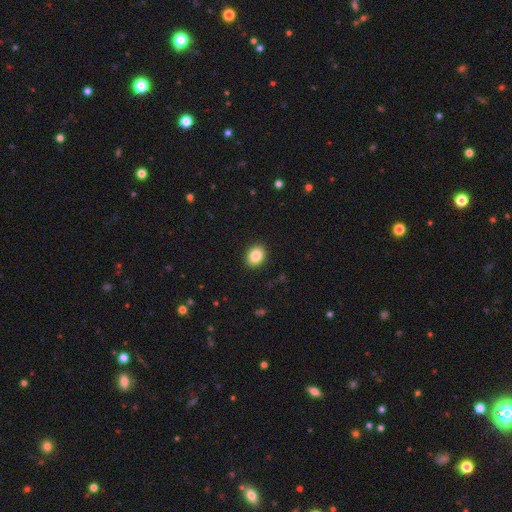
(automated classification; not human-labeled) A smooth galaxy with no disk features (86%) that is in between round and cigar-shaped (63%). Merging: none (91%).